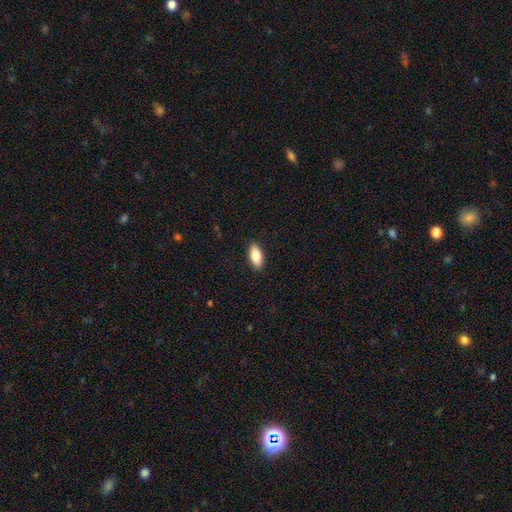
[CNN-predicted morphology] The model was most divided on "smooth or featured": smooth: 83%, featured or disk: 11%, star or artifact: 6%. More confident: merging — none (90%); how rounded — in between (86%).